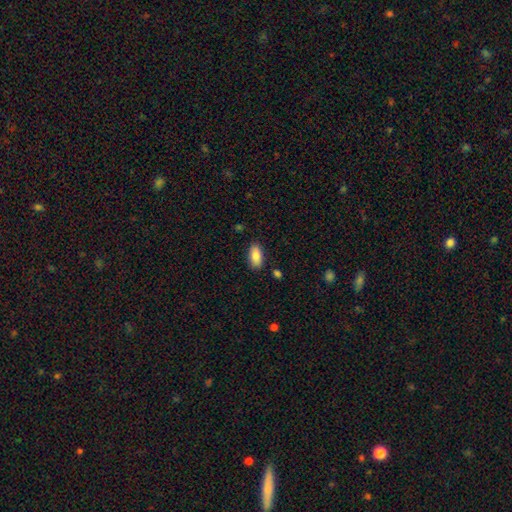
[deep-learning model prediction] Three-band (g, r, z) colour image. It shows a smooth galaxy with no disk features (84%) that is in between round and cigar-shaped (90%). Merging: none (86%).